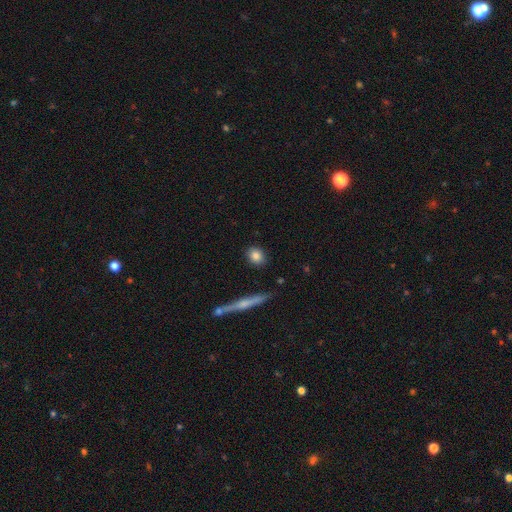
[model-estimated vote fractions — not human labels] Overall: smooth (83%). How rounded: round (55%; in between 40%). Merging: none (87%).